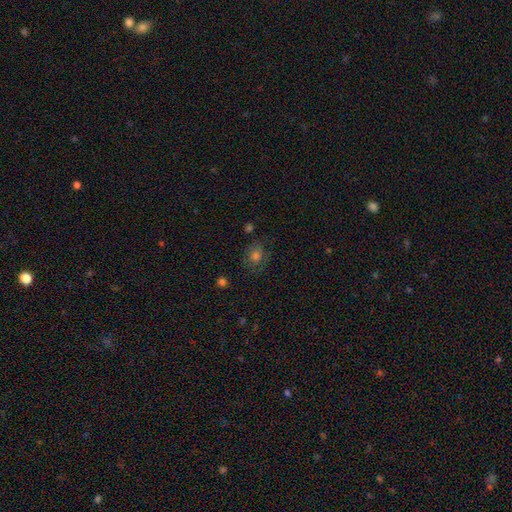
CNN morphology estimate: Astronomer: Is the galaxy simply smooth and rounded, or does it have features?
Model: smooth — 60%.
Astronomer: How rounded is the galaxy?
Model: round — 71%.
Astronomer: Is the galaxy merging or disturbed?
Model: none — 76%.